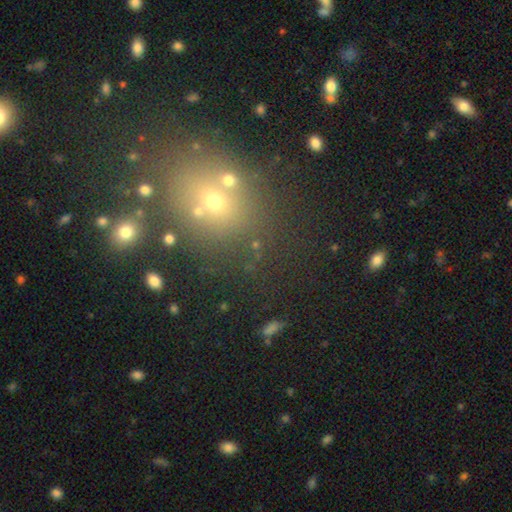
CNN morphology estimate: Q: Smooth or featured?
A: smooth (49%); runner-up: star or artifact (36%)
Q: Merging?
A: none (66%); runner-up: merger (17%)